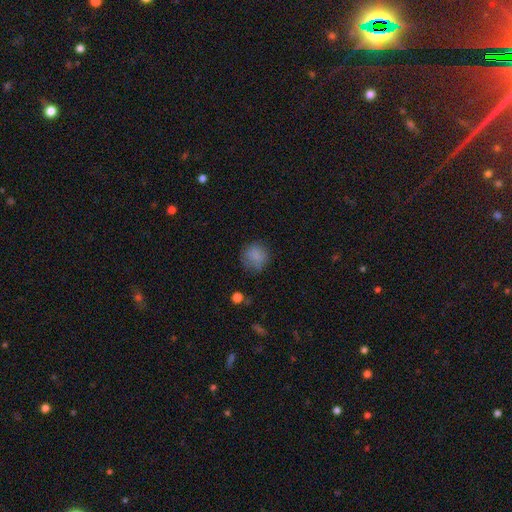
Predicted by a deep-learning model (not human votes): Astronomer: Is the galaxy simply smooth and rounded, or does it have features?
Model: smooth — 80%.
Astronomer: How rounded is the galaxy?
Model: round — 86%.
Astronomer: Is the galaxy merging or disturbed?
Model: none — 70%.